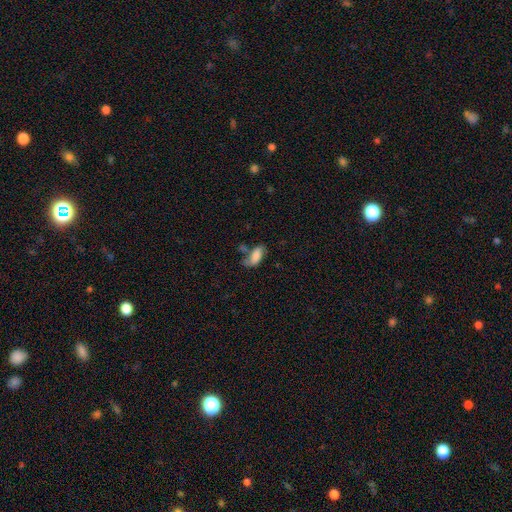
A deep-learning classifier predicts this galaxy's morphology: Smooth or featured? Predicted: smooth (p=0.72). How rounded? Predicted: in between (p=0.88). Merging? Predicted: none (p=0.37).